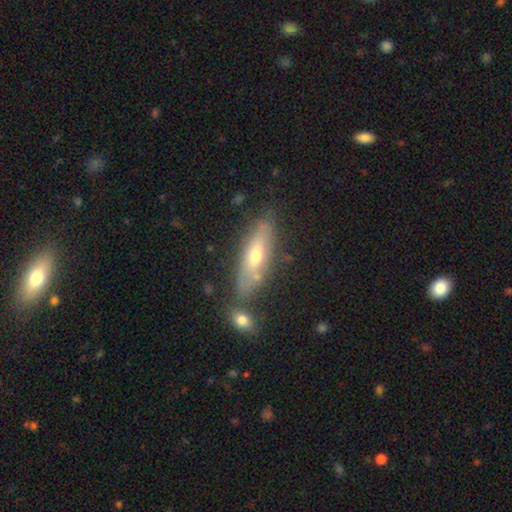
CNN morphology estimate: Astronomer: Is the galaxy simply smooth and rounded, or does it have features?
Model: featured or disk — 51% (runner-up: smooth, 41%).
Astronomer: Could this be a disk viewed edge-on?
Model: yes — 63%.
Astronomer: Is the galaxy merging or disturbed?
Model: none — 71%.